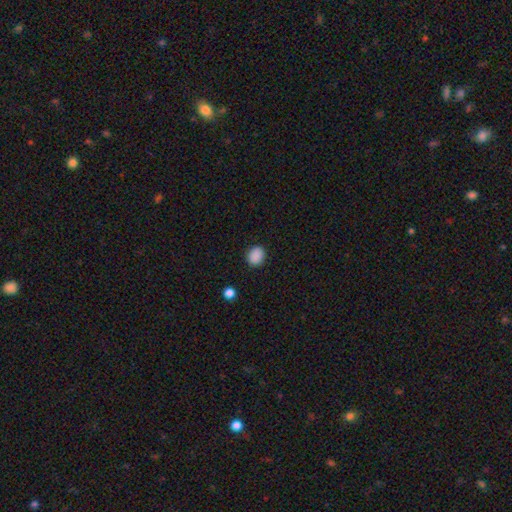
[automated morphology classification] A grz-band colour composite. It shows a smooth galaxy with no disk features (88%) that is round (57%). Merging: none (89%).